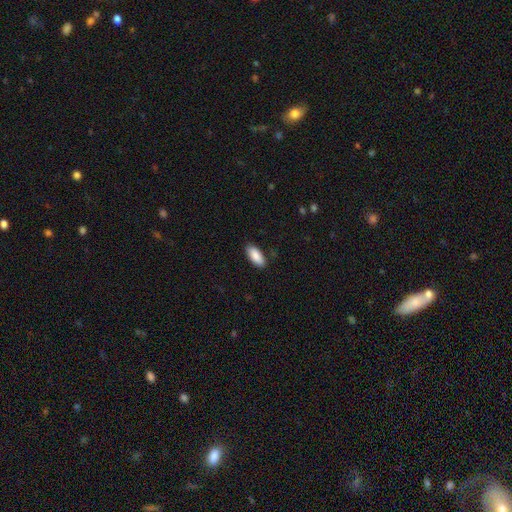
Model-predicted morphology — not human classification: This appears to be a smooth galaxy with no disk features (89%) that is in between round and cigar-shaped (87%). Merging: none (87%).